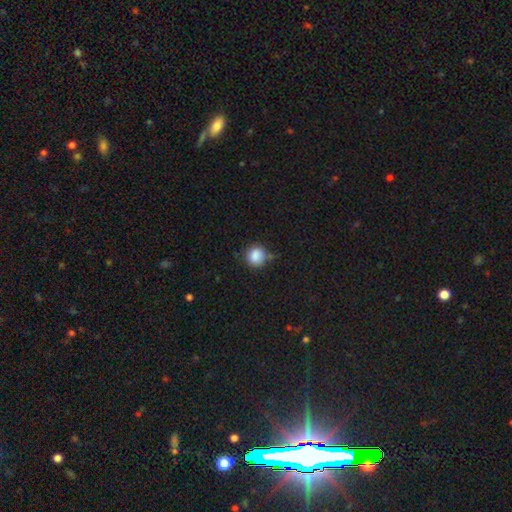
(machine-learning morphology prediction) smooth 86%, star or artifact 9%, featured or disk 4%. Down the decision tree: how rounded — round (88%); merging — none (69%).